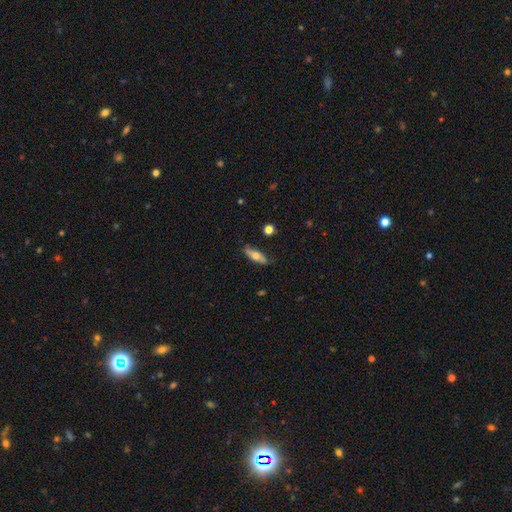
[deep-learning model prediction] The model was most divided on "how rounded": cigar-shaped: 49%, in between: 48%, round: 3%. More confident: merging — none (81%); smooth or featured — smooth (57%).